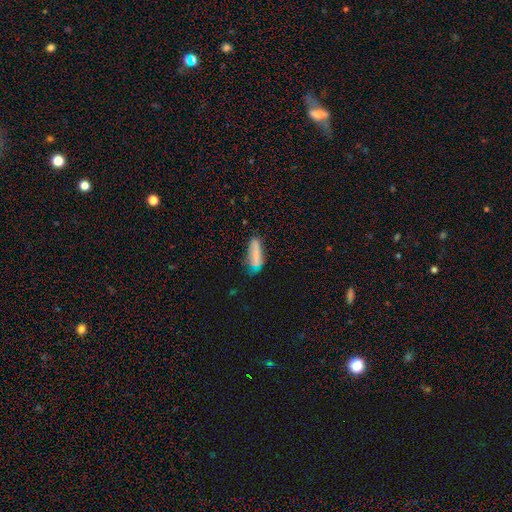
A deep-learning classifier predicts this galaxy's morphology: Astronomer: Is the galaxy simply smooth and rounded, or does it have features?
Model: smooth — 68%.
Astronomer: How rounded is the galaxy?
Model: in between — 49% (runner-up: cigar-shaped, 48%).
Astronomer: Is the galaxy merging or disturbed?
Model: none — 50% (runner-up: minor disturbance, 32%).